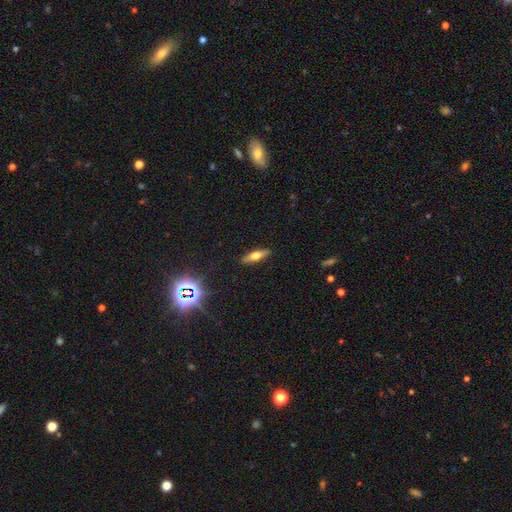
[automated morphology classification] Overall: smooth (52%; featured or disk 38%). How rounded: cigar-shaped (56%; in between 41%). Merging: none (89%).